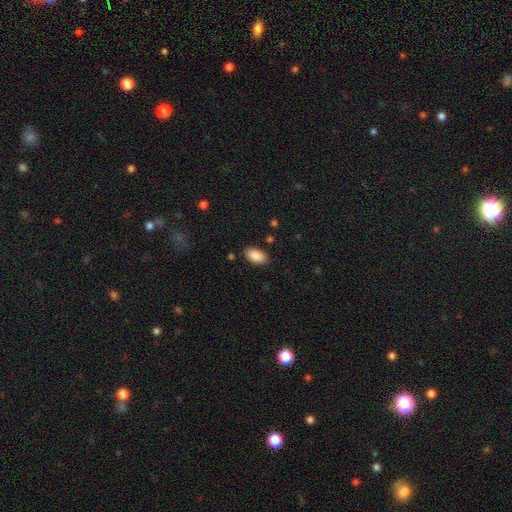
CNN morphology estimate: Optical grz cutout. It shows a smooth galaxy with no disk features (89%) that is in between round and cigar-shaped (94%). Merging: none (86%).